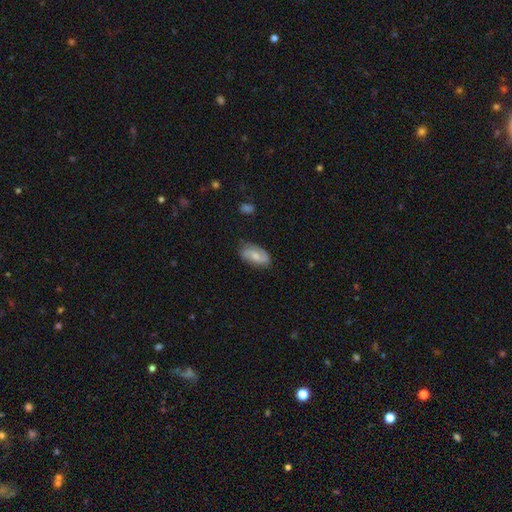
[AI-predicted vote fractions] Overall: featured or disk (56%; smooth 38%). Edge-on disk: no (95%). Bar: no (51%; weak 40%). Spiral arms: yes (89%). Bulge size: moderate (55%; small 34%). Merging: none (74%).